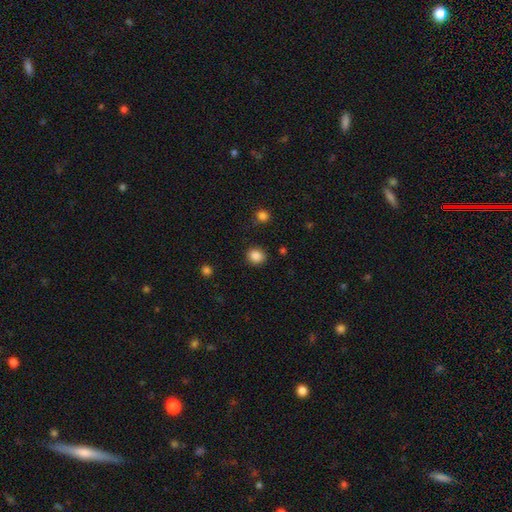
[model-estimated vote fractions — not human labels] Smooth or featured? Predicted: smooth (p=0.87). How rounded? Predicted: round (p=0.76). Merging? Predicted: none (p=0.88).